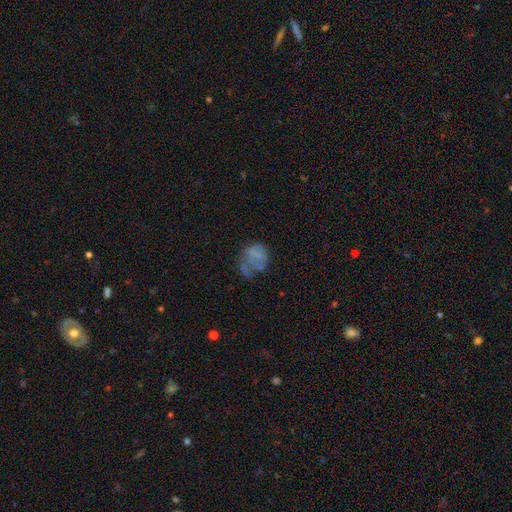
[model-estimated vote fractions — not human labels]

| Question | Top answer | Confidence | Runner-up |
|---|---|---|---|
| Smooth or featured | smooth | 54% | featured or disk (32%) |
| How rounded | round | 56% | in between (43%) |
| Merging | major disturbance | 35% | none (34%) |